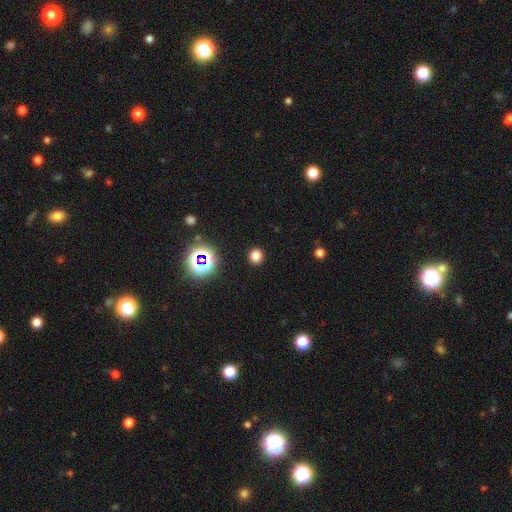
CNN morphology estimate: Smooth or featured? smooth (75%)
How rounded? round (85%)
Merging? none (91%)